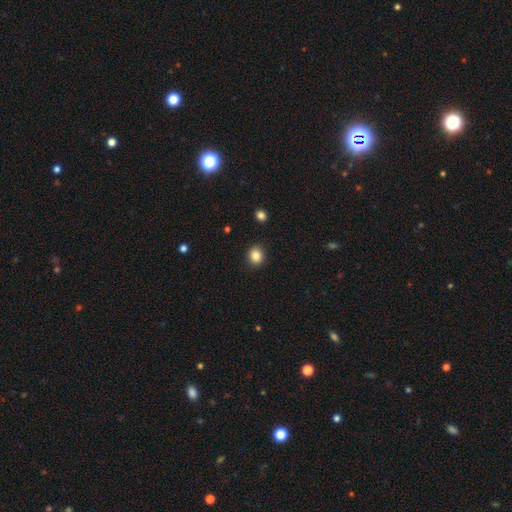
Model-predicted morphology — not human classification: A smooth galaxy with no disk features (86%) that is round (77%).

Vote fractions:
- Smooth or featured? smooth: 86% / star or artifact: 10% / featured or disk: 4%
- How rounded? round: 77% / in between: 23% / cigar-shaped: 1%
- Merging? none: 90% / minor disturbance: 6% / major disturbance: 2% / merger: 1%